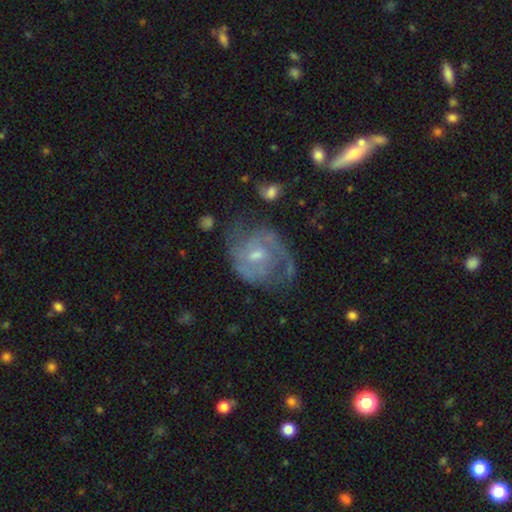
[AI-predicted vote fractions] smooth-or-featured: featured or disk: 79% | smooth: 14% | star or artifact: 7%
  disk-edge-on: no: 98% | yes: 2%
    bar: weak: 52% | no: 40% | strong: 8%
    has-spiral-arms: yes: 88% | no: 12%
      spiral-winding: medium: 44% | tight: 38% | loose: 18%
      spiral-arm-count: 2: 54% | can't tell: 24% | 3: 8% | 1: 8% | 4: 3% | more than 4: 3%
    bulge-size: small: 48% | moderate: 44% | none: 5% | large: 2% | dominant: 1%
  merging: none: 51% | minor disturbance: 24% | major disturbance: 20% | merger: 4%